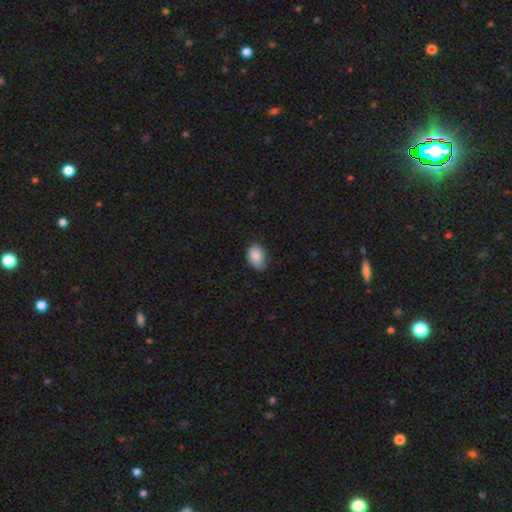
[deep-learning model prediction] Morphology: type=smooth (87%); roundness=in between (83%); merging=none (73%).